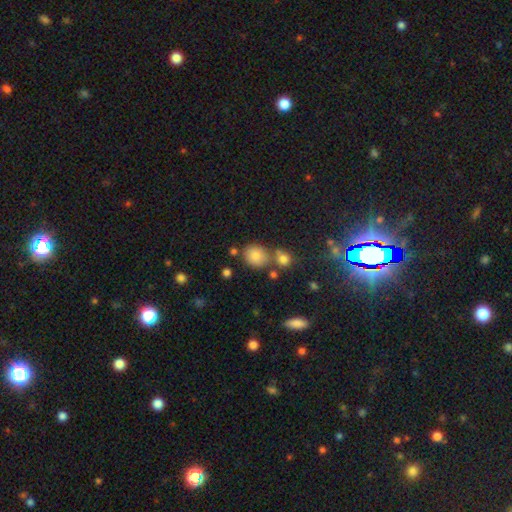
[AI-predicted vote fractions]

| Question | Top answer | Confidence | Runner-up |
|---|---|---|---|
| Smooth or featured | smooth | 80% | star or artifact (12%) |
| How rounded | round | 70% | in between (29%) |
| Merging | none | 64% | merger (19%) |